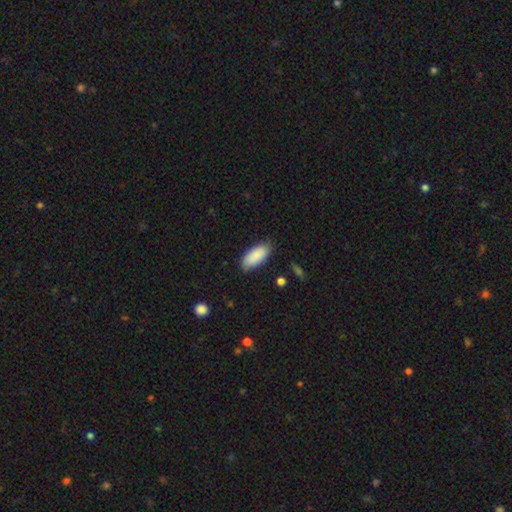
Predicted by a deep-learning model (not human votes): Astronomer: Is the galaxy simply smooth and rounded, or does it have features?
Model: smooth — 89%.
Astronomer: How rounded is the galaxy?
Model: in between — 88%.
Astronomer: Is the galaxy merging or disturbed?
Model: none — 79%.